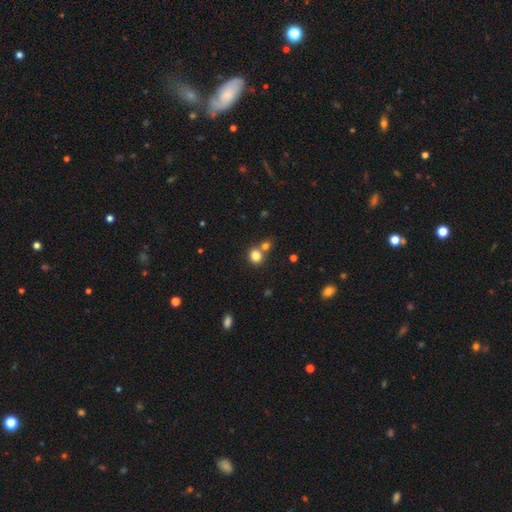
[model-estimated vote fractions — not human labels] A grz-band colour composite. It shows a smooth galaxy with no disk features (81%) that is round (79%). Merging: none (58%).